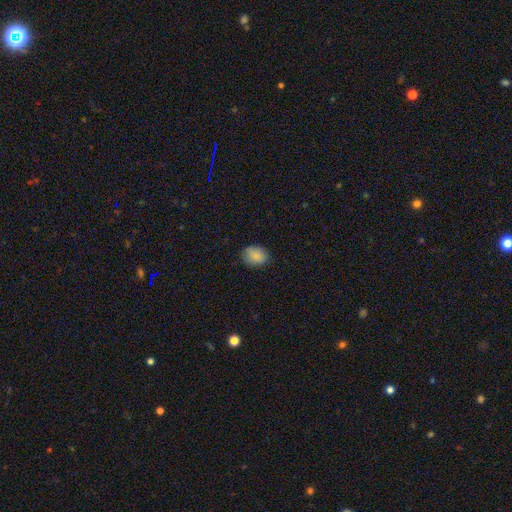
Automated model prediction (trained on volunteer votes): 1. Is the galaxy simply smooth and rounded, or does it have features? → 87% smooth, 8% star or artifact, 5% featured or disk.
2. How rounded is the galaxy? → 56% in between, 43% round, 1% cigar-shaped.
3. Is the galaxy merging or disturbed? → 81% none, 15% minor disturbance, 3% major disturbance, 1% merger.